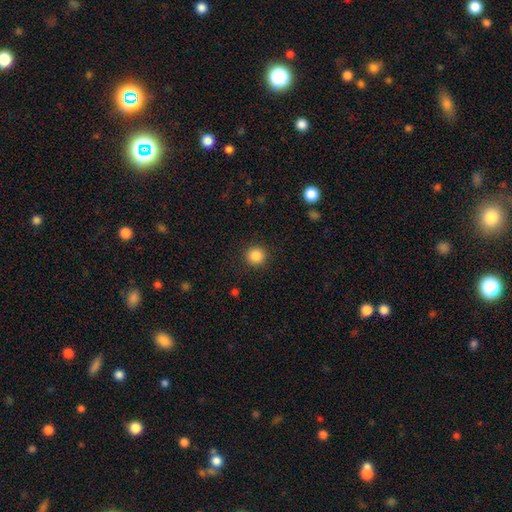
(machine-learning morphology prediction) smooth 87%, star or artifact 10%, featured or disk 3%. Down the decision tree: how rounded — round (93%); merging — none (91%).